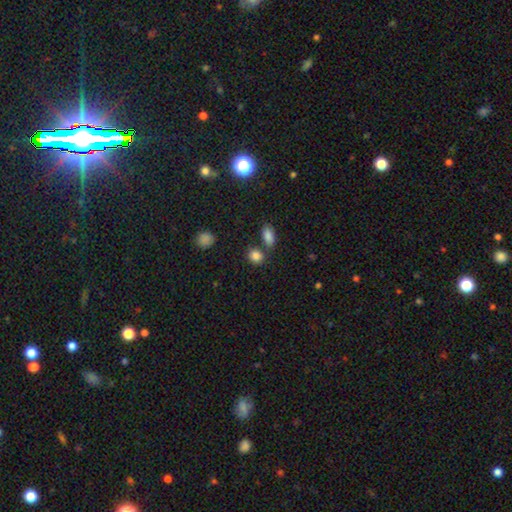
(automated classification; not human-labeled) Morphology: type=smooth (85%); roundness=round (56%); merging=none (65%).